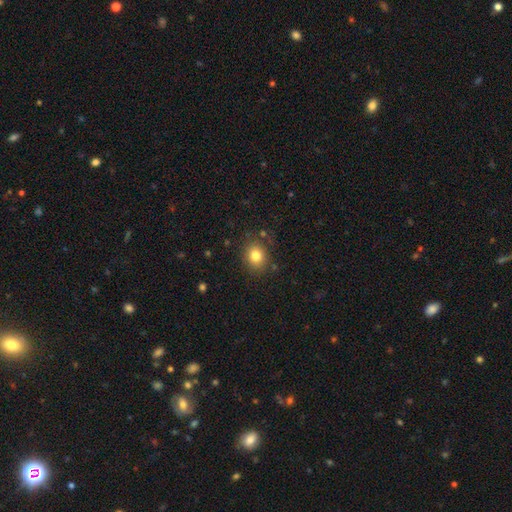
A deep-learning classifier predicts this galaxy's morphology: smooth-or-featured: smooth: 81% | star or artifact: 11% | featured or disk: 8%
  how-rounded: round: 63% | in between: 36% | cigar-shaped: 1%
  merging: none: 82% | minor disturbance: 11% | major disturbance: 4% | merger: 3%